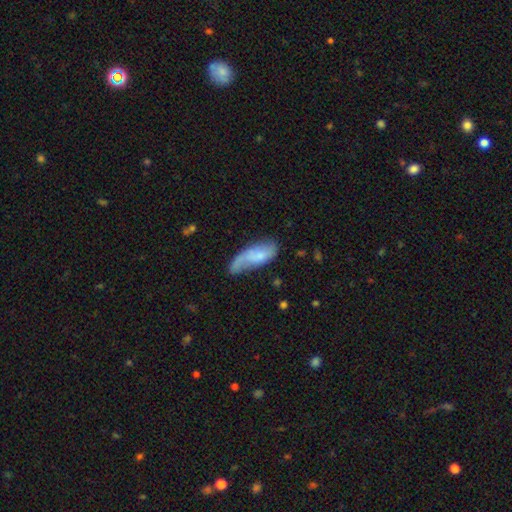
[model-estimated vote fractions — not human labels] Morphology: type=smooth (56%); roundness=in between (74%); merging=none (39%).